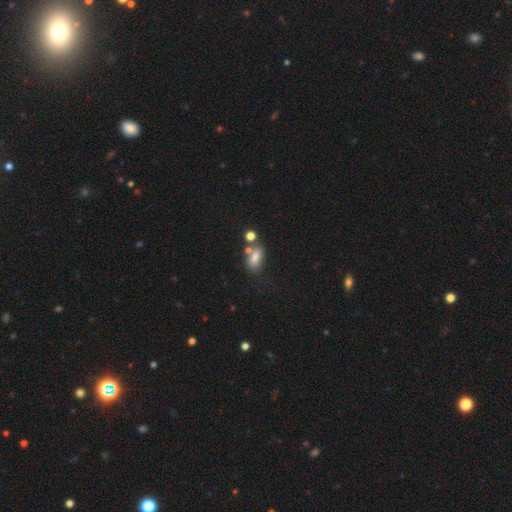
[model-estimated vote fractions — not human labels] Smooth or featured: smooth — 76% (featured or disk — 12%)
How rounded: in between — 82% (round — 12%)
Merging: none — 47% (merger — 26%)